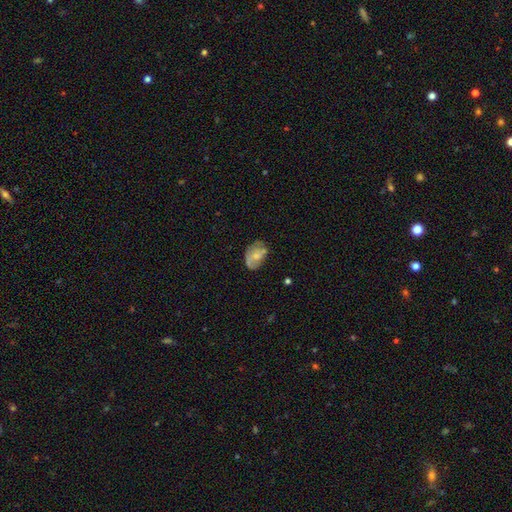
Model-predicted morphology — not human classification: This appears to be a smooth galaxy with no disk features (53%) that is in between round and cigar-shaped (84%). Merging: none (46%).